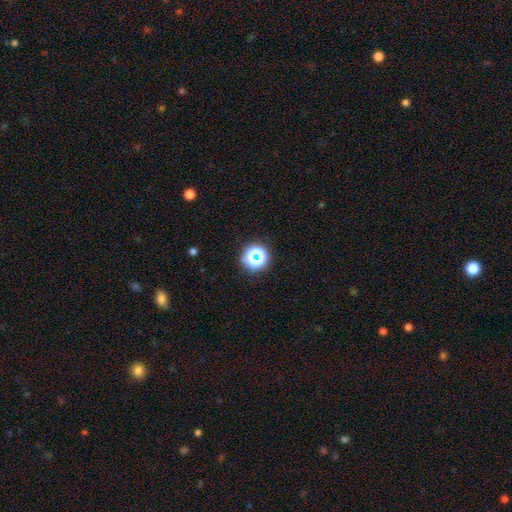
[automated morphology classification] This appears to be a star or artifact, not a galaxy (54%).